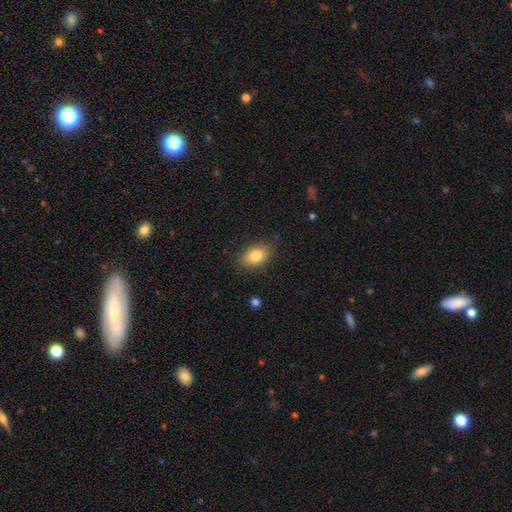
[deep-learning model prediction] A smooth galaxy with no disk features (83%) that is in between round and cigar-shaped (87%).

Vote fractions:
- Smooth or featured? smooth: 83% / featured or disk: 10% / star or artifact: 8%
- How rounded? in between: 87% / round: 11% / cigar-shaped: 2%
- Merging? none: 83% / minor disturbance: 13% / major disturbance: 3% / merger: 1%